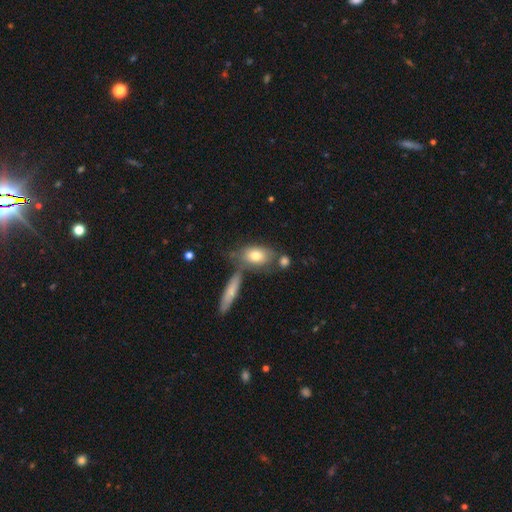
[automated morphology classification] A smooth galaxy with no disk features (76%) that is in between round and cigar-shaped (80%). Merging: none (54%).